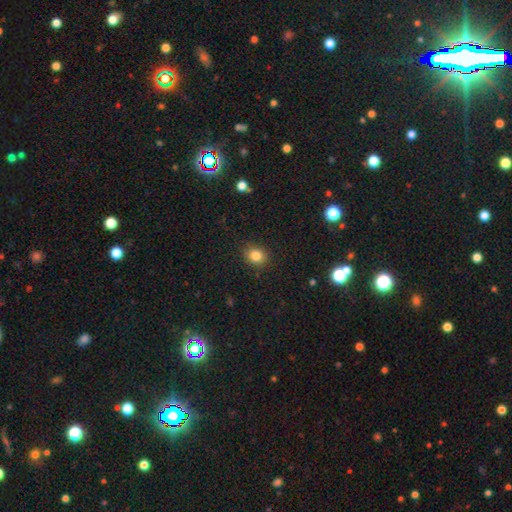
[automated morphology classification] Q: Smooth or featured?
A: smooth (83%); runner-up: star or artifact (11%)
Q: How rounded?
A: round (62%); runner-up: in between (37%)
Q: Merging?
A: none (87%); runner-up: minor disturbance (9%)